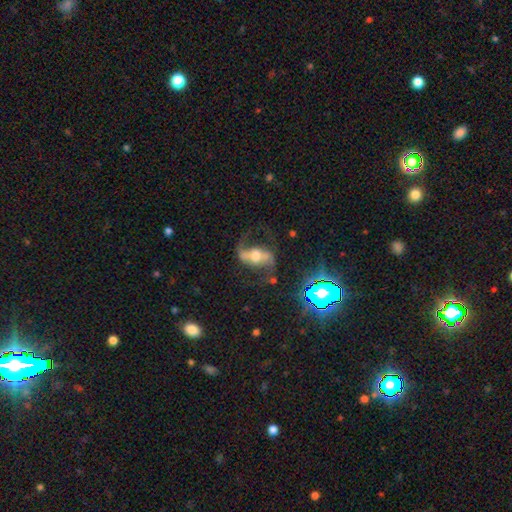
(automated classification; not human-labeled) Smooth or featured? Predicted: featured or disk (p=0.82). Edge-on disk? Predicted: no (p=0.95). Bar? Predicted: strong (p=0.47). Spiral arms? Predicted: yes (p=0.94). Spiral winding? Predicted: loose (p=0.64). Spiral arm count? Predicted: 2 (p=0.92). Bulge size? Predicted: moderate (p=0.52). Merging? Predicted: none (p=0.68).